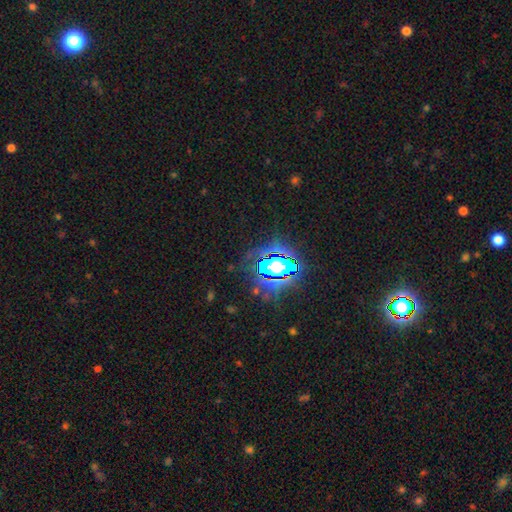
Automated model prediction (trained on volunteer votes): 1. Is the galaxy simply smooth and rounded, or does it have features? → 82% star or artifact, 10% smooth, 8% featured or disk.